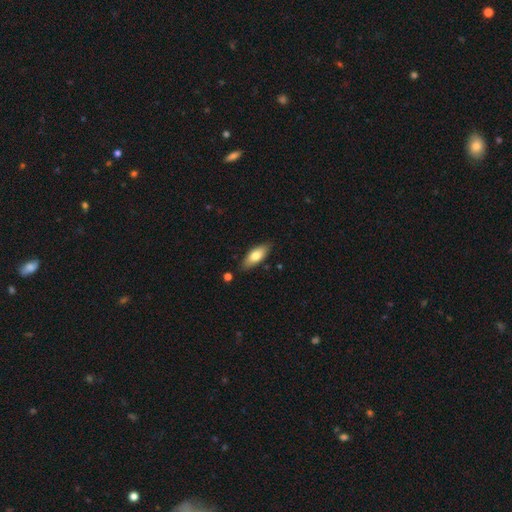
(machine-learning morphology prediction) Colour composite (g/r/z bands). It shows a smooth galaxy with no disk features (73%) that is in between round and cigar-shaped (76%). Merging: none (82%).